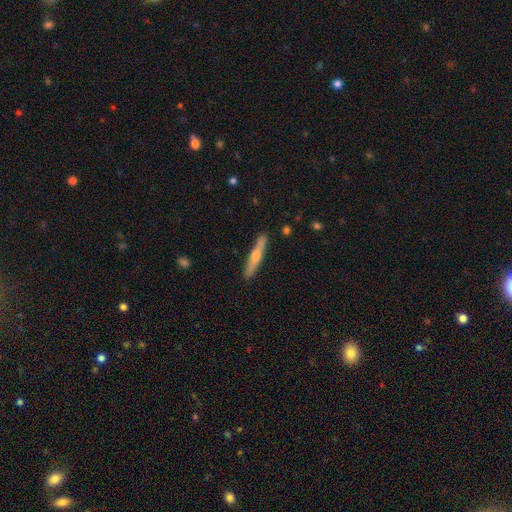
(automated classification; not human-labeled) Morphology: type=featured or disk (50%); merging=none (89%).